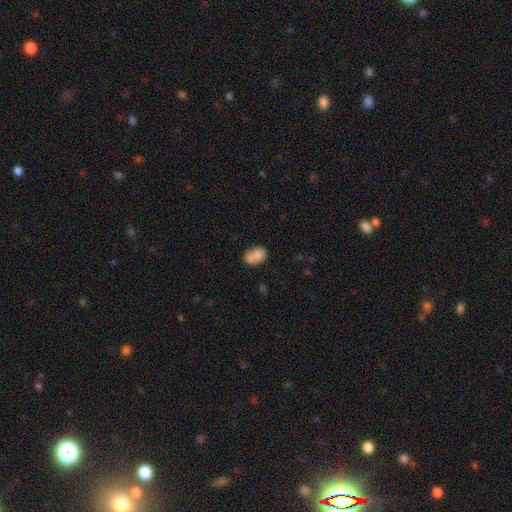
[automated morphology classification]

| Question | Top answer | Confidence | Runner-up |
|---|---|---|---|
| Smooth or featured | smooth | 76% | featured or disk (16%) |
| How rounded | in between | 78% | round (20%) |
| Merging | none | 42% | merger (38%) |